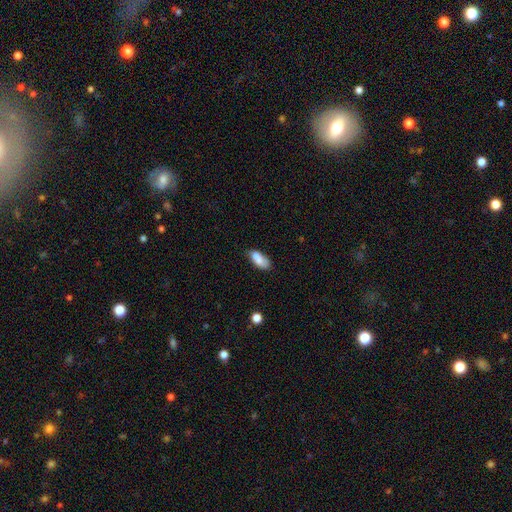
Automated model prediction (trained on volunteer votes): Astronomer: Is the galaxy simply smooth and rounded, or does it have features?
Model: smooth — 77%.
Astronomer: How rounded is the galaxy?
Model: in between — 82%.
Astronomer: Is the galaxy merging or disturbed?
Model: none — 47% (runner-up: minor disturbance, 27%).